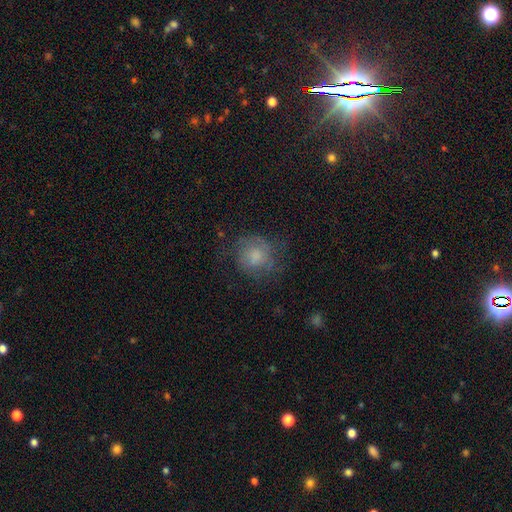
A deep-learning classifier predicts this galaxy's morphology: A smooth galaxy with no disk features (58%) that is round (80%).

Vote fractions:
- Smooth or featured? smooth: 58% / featured or disk: 31% / star or artifact: 11%
- How rounded? round: 80% / in between: 19% / cigar-shaped: 1%
- Merging? none: 58% / minor disturbance: 22% / major disturbance: 18% / merger: 2%